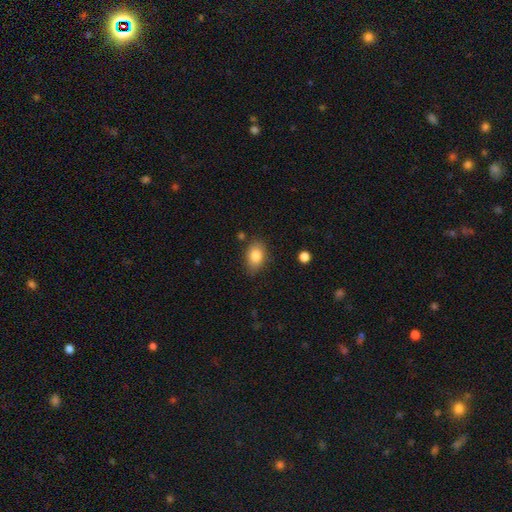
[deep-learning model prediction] A smooth galaxy with no disk features (83%) that is in between round and cigar-shaped (83%).

Vote fractions:
- Smooth or featured? smooth: 83% / featured or disk: 9% / star or artifact: 8%
- How rounded? in between: 83% / round: 16% / cigar-shaped: 2%
- Merging? none: 79% / minor disturbance: 15% / major disturbance: 3% / merger: 3%